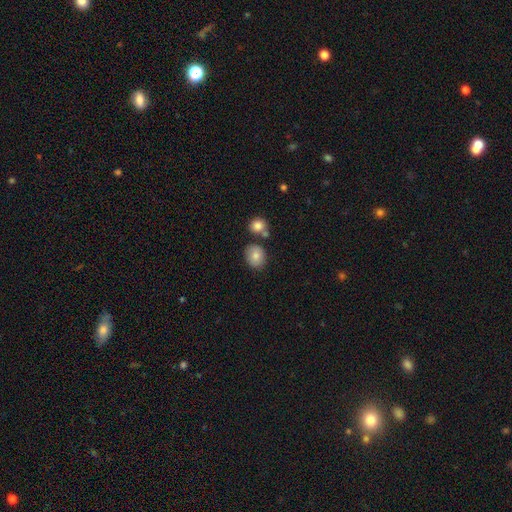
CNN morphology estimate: Smooth or featured?
  - smooth: 81% *
  - featured or disk: 9%
  - star or artifact: 9%
How rounded?
  - round: 68% *
  - in between: 31%
  - cigar-shaped: 1%
Merging?
  - none: 72% *
  - merger: 14%
  - minor disturbance: 11%
  - major disturbance: 3%